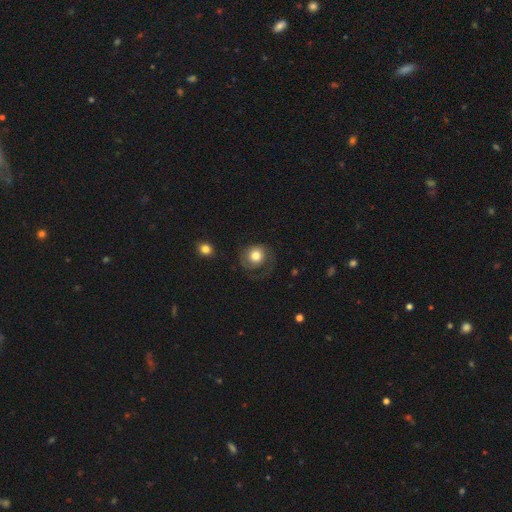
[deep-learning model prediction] Smooth or featured: smooth — 54% (featured or disk — 38%)
How rounded: round — 84% (in between — 15%)
Merging: none — 53% (major disturbance — 27%)